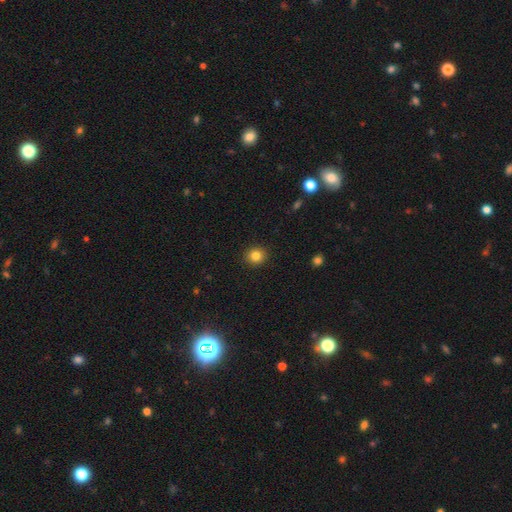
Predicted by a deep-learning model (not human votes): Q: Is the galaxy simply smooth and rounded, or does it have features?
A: smooth — 83%.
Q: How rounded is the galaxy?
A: round — 84%.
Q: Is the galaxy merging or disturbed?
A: none — 92%.